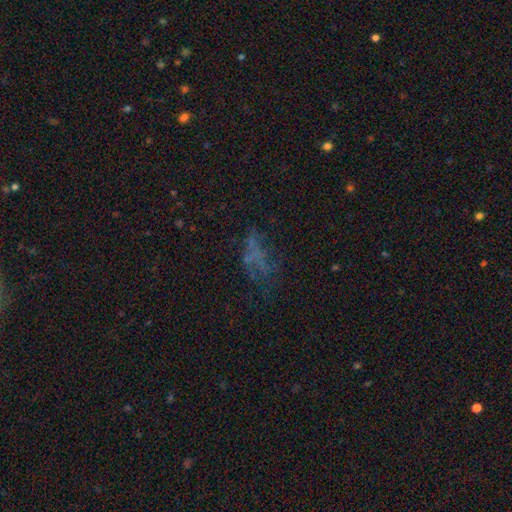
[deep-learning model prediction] The model was most divided on "smooth or featured": featured or disk: 38%, star or artifact: 31%, smooth: 31%. Remaining: merging — none (46%).